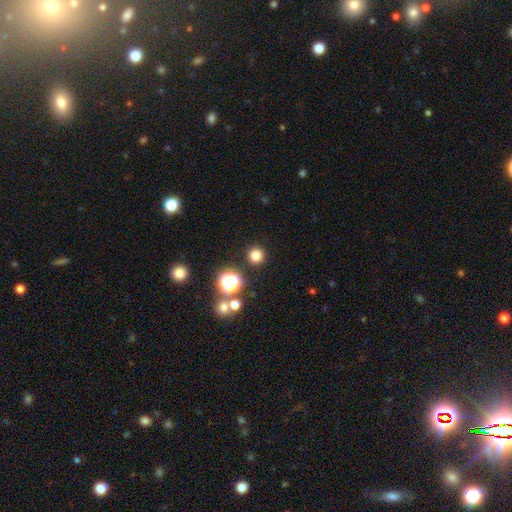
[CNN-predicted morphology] This appears to be a smooth galaxy with no disk features (77%) that is round (95%). Merging: none (90%).